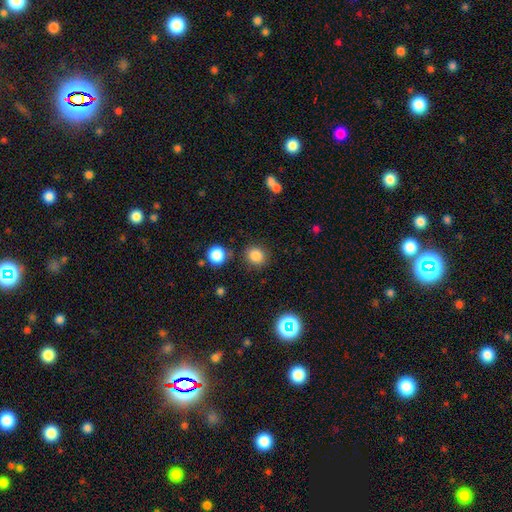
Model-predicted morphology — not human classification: smooth 83%, star or artifact 13%, featured or disk 4%. Down the decision tree: how rounded — round (82%); merging — none (82%).